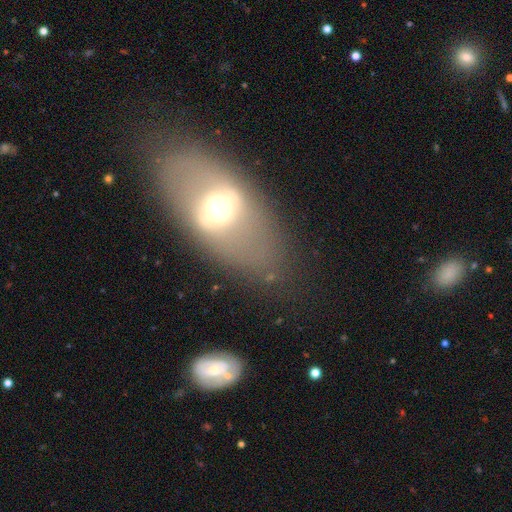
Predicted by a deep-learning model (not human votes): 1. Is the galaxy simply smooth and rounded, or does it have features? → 50% featured or disk, 39% smooth, 10% star or artifact.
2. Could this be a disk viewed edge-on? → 79% no, 21% yes.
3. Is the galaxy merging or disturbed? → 77% none, 13% minor disturbance, 7% major disturbance, 3% merger.